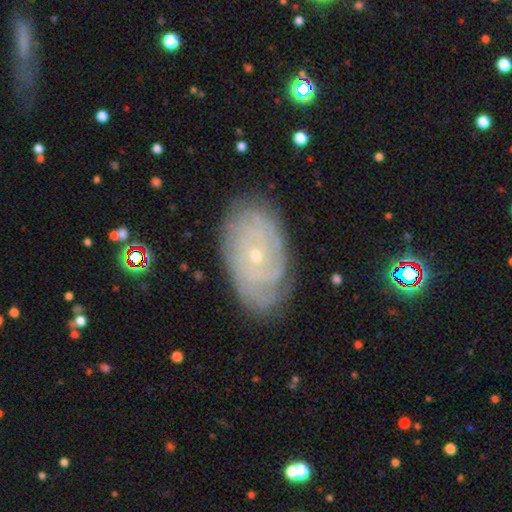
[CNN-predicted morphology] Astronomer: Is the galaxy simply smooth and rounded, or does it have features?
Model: featured or disk — 80%.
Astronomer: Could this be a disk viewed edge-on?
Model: no — 95%.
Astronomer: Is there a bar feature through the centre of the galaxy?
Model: no — 81%.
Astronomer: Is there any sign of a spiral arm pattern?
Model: yes — 93%.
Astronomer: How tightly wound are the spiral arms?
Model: tight — 80%.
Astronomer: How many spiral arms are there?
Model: can't tell — 47%.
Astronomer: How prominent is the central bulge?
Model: small — 78%.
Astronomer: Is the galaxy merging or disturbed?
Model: none — 79%.